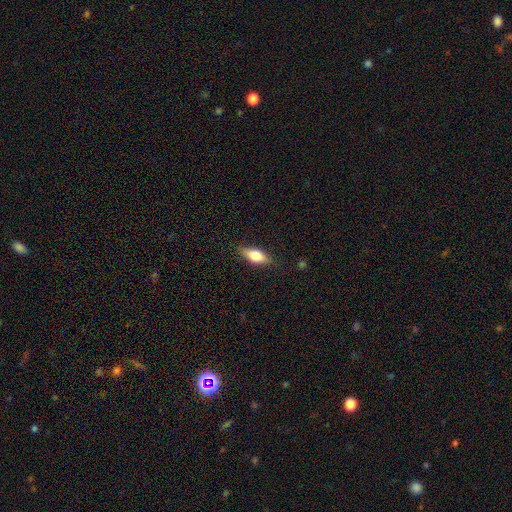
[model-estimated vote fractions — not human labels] A smooth galaxy with no disk features (67%) that is in between round and cigar-shaped (73%).

Vote fractions:
- Smooth or featured? smooth: 67% / featured or disk: 26% / star or artifact: 7%
- How rounded? in between: 73% / cigar-shaped: 23% / round: 4%
- Merging? none: 84% / minor disturbance: 12% / major disturbance: 3% / merger: 1%